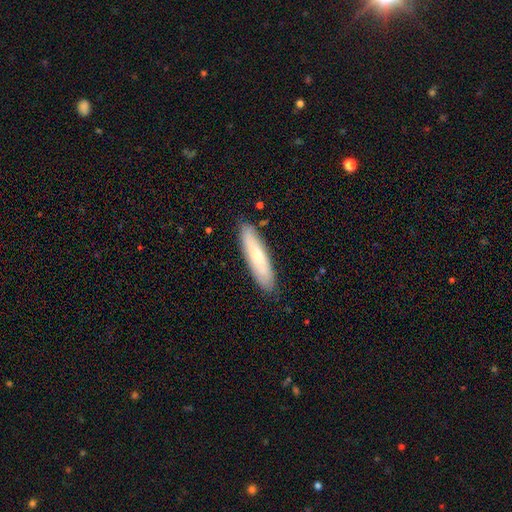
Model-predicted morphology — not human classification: smooth 61%, featured or disk 31%, star or artifact 8%. Down the decision tree: how rounded — cigar-shaped (78%); merging — none (88%).